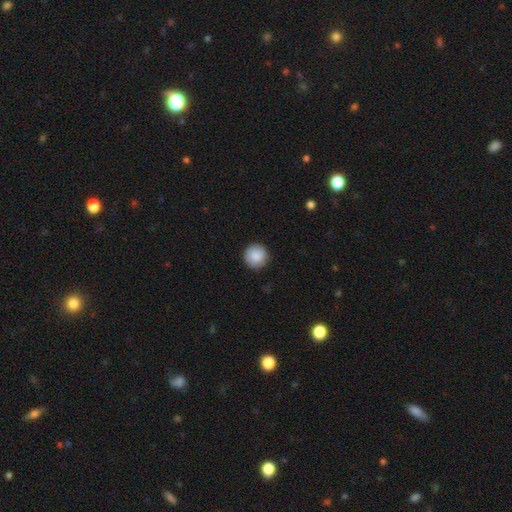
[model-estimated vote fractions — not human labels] This is clearly a smooth galaxy (88%). How rounded: clearly round (96%). Merging: clearly none (91%).